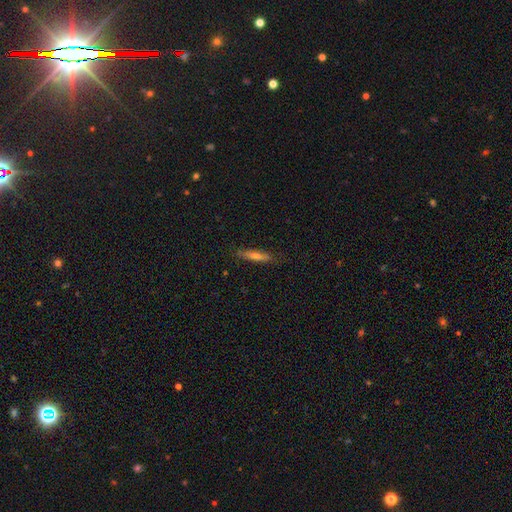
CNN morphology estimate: Smooth or featured: smooth — 52% (featured or disk — 40%)
How rounded: cigar-shaped — 86% (in between — 12%)
Merging: none — 84% (minor disturbance — 12%)